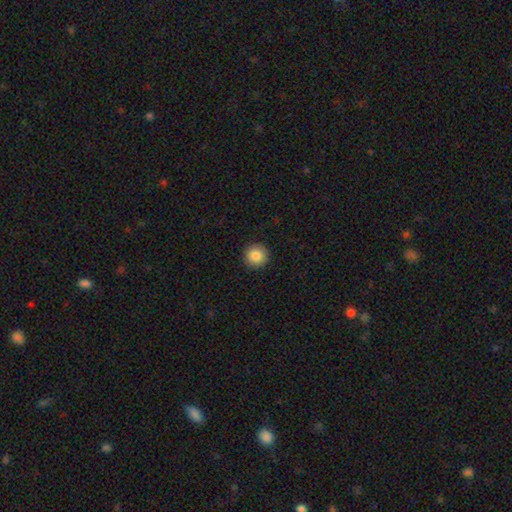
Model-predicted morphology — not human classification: smooth_or_featured: smooth (p=0.86) [alt: star or artifact p=0.09]
how_rounded: round (p=0.95) [alt: in between p=0.04]
merging: none (p=0.92) [alt: minor disturbance p=0.05]